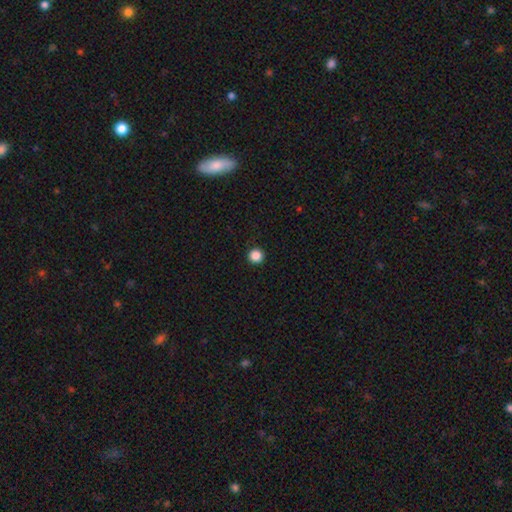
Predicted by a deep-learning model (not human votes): This appears to be a smooth galaxy with no disk features (87%) that is round (96%). Merging: none (93%).